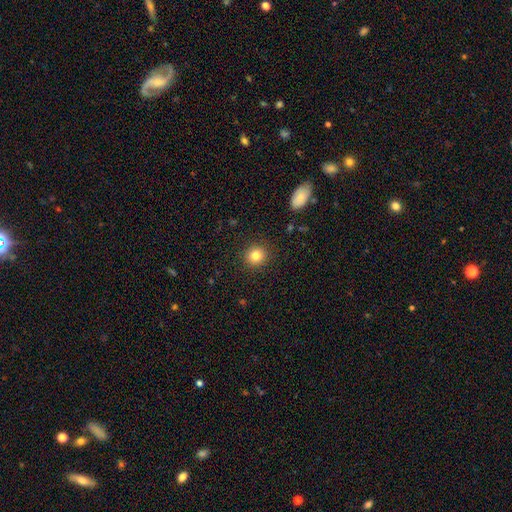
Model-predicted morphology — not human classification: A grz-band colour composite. It shows a smooth galaxy with no disk features (82%) that is round (88%). Merging: none (90%).